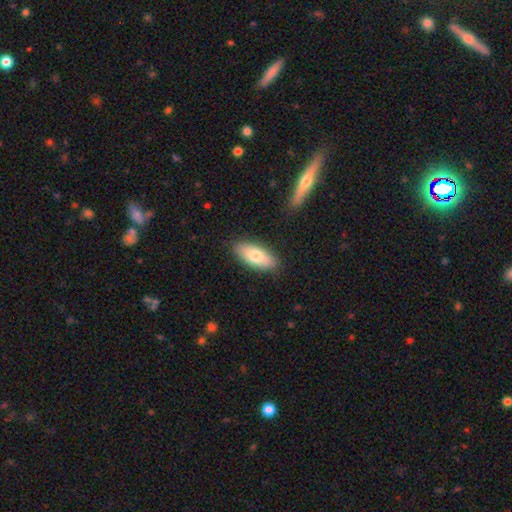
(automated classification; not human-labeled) Smooth or featured? smooth (74%)
How rounded? in between (83%)
Merging? none (87%)